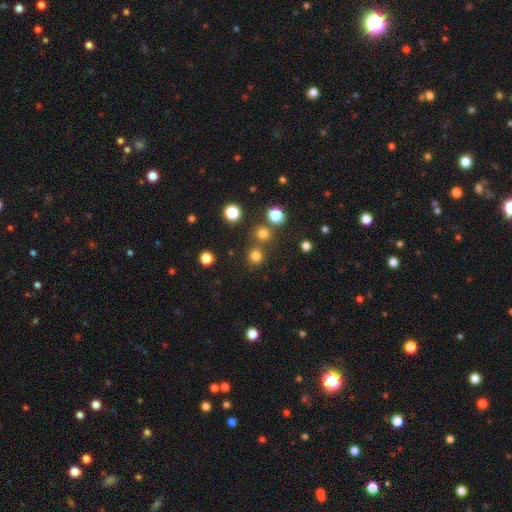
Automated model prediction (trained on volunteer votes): Morphology: type=smooth (77%); roundness=round (93%); merging=none (77%).